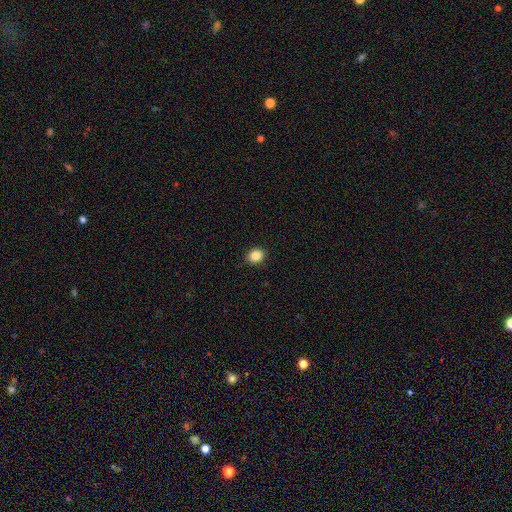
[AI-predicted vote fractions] smooth-or-featured: smooth: 86% | star or artifact: 10% | featured or disk: 4%
  how-rounded: round: 63% | in between: 37% | cigar-shaped: 1%
  merging: none: 91% | minor disturbance: 6% | major disturbance: 2% | merger: 1%